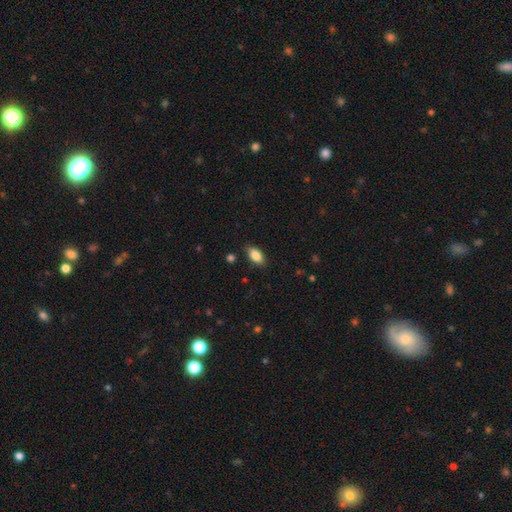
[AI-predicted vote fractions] smooth_or_featured: smooth (p=0.85) [alt: star or artifact p=0.08]
how_rounded: in between (p=0.91) [alt: cigar-shaped p=0.05]
merging: none (p=0.84) [alt: minor disturbance p=0.12]